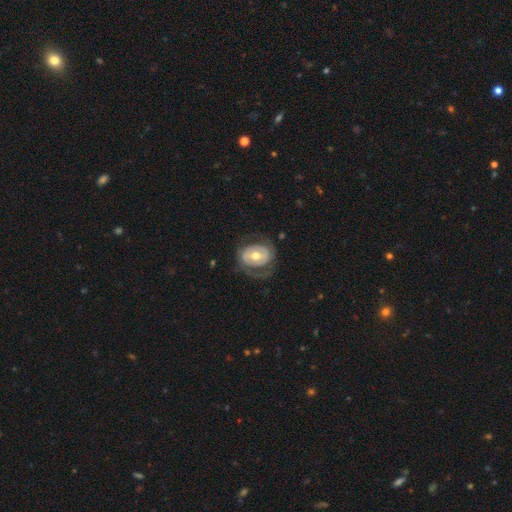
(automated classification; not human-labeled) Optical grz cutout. It shows a featured or disk galaxy (65%) with no bar (54%), spiral arms (57%) and a moderate central bulge (74%). Merging: none (60%).